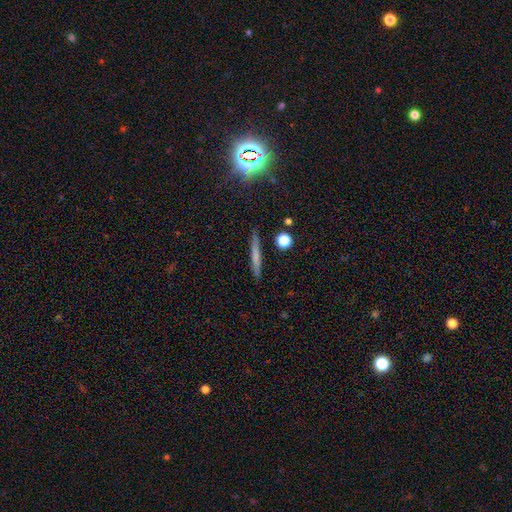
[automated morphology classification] Smooth or featured? smooth (60%)
How rounded? cigar-shaped (93%)
Merging? none (87%)